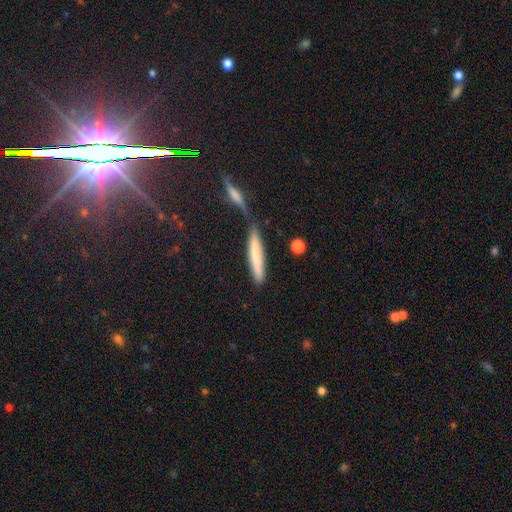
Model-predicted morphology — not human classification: type=smooth (70%); roundness=cigar-shaped (90%); merging=none (67%).